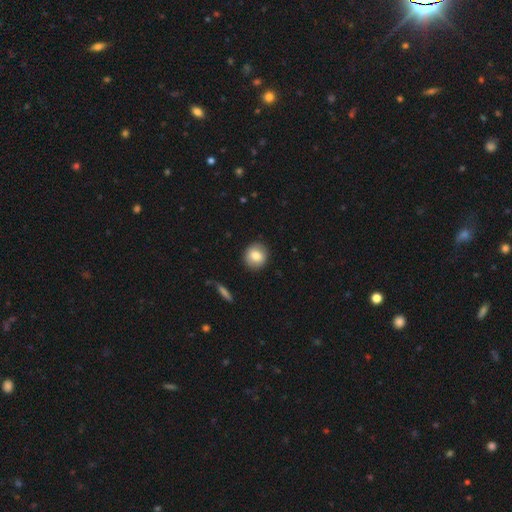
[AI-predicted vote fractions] smooth-or-featured: smooth: 79% | featured or disk: 13% | star or artifact: 8%
  how-rounded: round: 85% | in between: 14% | cigar-shaped: 1%
  merging: none: 89% | minor disturbance: 8% | major disturbance: 2% | merger: 1%